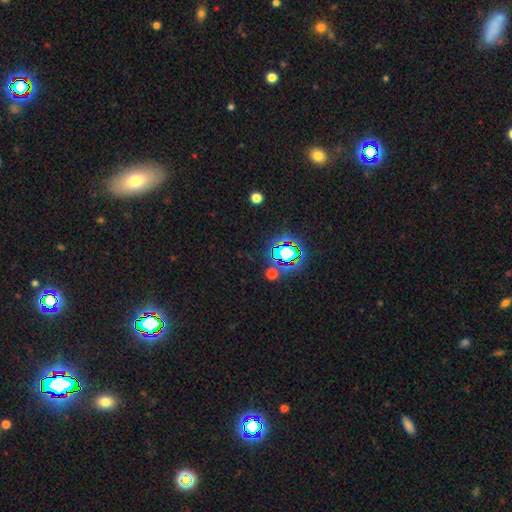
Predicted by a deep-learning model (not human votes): Smooth or featured: star or artifact — 73% (smooth — 16%)